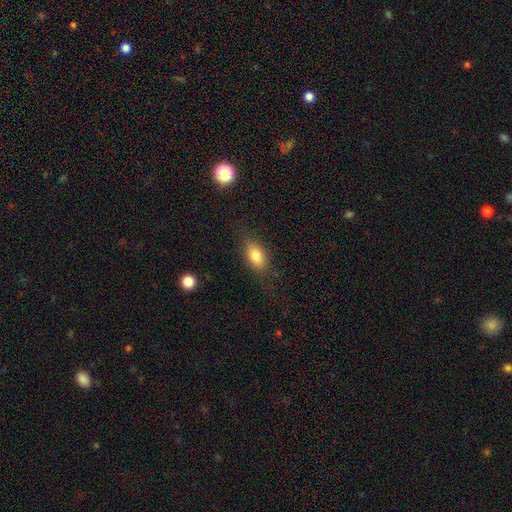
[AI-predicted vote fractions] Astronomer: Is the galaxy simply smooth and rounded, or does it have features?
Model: smooth — 80%.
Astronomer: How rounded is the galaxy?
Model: in between — 86%.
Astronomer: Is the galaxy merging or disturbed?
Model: none — 77%.